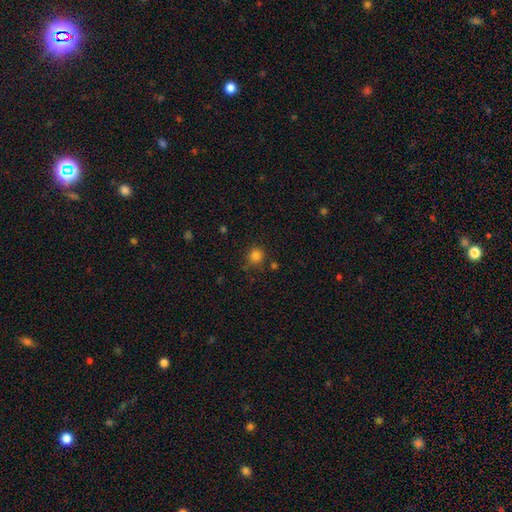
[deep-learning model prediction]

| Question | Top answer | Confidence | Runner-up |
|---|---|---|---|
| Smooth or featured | smooth | 82% | star or artifact (14%) |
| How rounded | round | 90% | in between (9%) |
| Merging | none | 77% | minor disturbance (14%) |